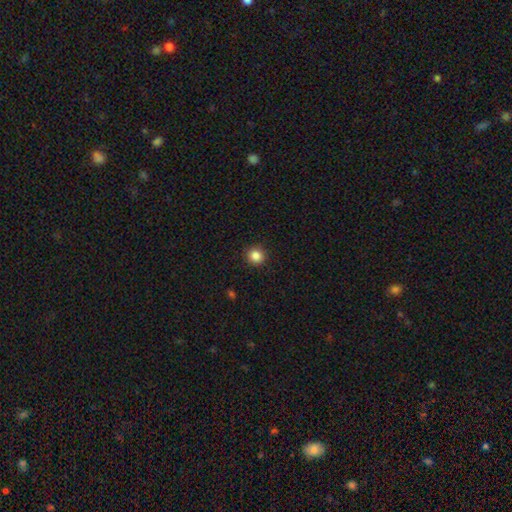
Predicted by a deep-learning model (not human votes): Q: Smooth or featured?
A: smooth (86%); runner-up: star or artifact (11%)
Q: How rounded?
A: round (92%); runner-up: in between (7%)
Q: Merging?
A: none (92%); runner-up: minor disturbance (5%)